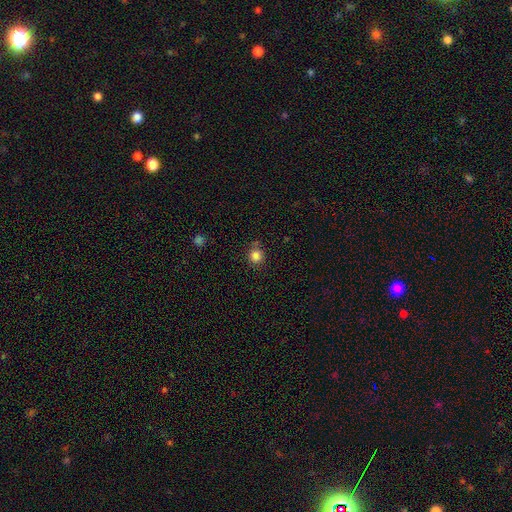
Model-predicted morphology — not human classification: The model was most divided on "merging": none: 78%, minor disturbance: 14%, merger: 5%, major disturbance: 4%. More confident: how rounded — round (89%); smooth or featured — smooth (84%).